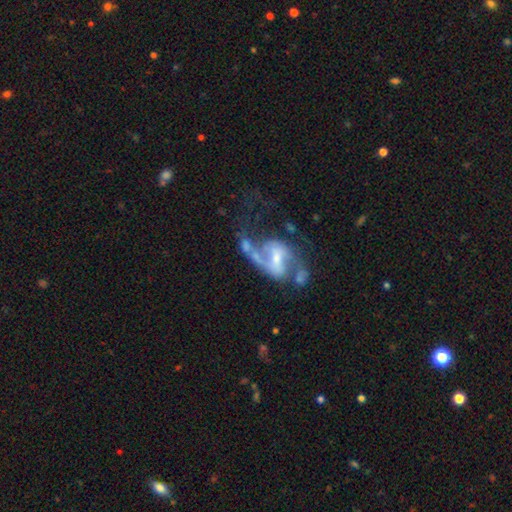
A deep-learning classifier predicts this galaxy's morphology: Q: Smooth or featured?
A: featured or disk (83%); runner-up: smooth (10%)
Q: Edge-on disk?
A: no (97%); runner-up: yes (3%)
Q: Bar?
A: weak (47%); runner-up: no (27%)
Q: Spiral arms?
A: yes (87%); runner-up: no (13%)
Q: Spiral winding?
A: loose (48%); runner-up: medium (41%)
Q: Spiral arm count?
A: 2 (72%); runner-up: 1 (15%)
Q: Bulge size?
A: small (47%); runner-up: moderate (37%)
Q: Merging?
A: major disturbance (34%); runner-up: none (32%)